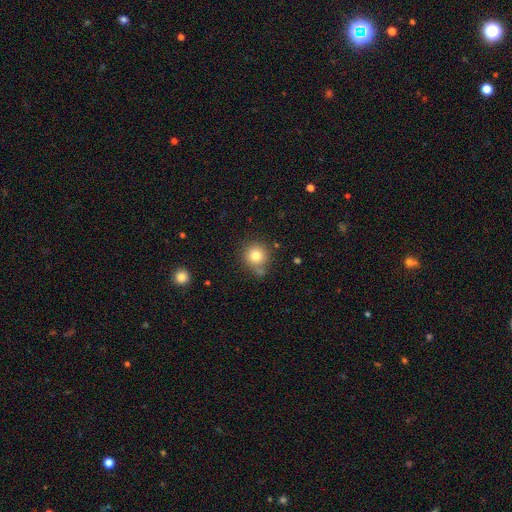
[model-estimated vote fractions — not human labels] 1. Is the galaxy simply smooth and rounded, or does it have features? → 79% smooth, 12% star or artifact, 9% featured or disk.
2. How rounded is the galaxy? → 91% round, 8% in between, 1% cigar-shaped.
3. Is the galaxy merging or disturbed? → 73% none, 14% minor disturbance, 8% merger, 4% major disturbance.